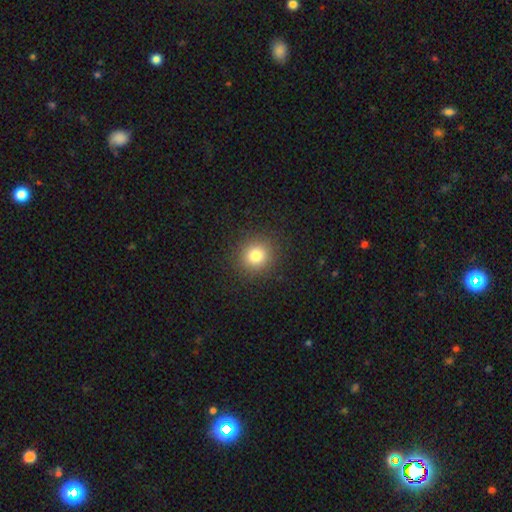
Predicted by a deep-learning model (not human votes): Morphology: type=smooth (81%); roundness=round (90%); merging=none (90%).